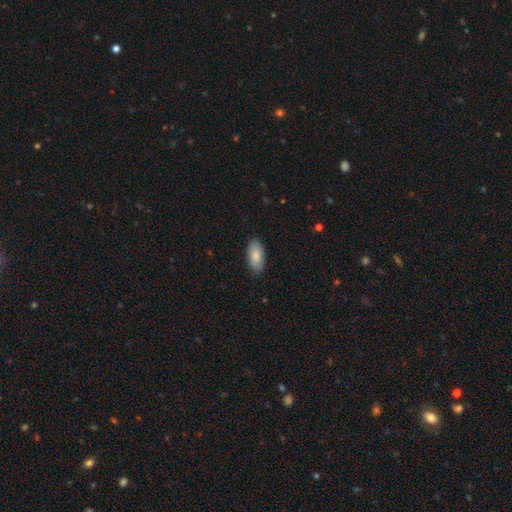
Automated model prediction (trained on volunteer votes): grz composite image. It shows a smooth galaxy with no disk features (86%) that is in between round and cigar-shaped (92%). Merging: none (88%).